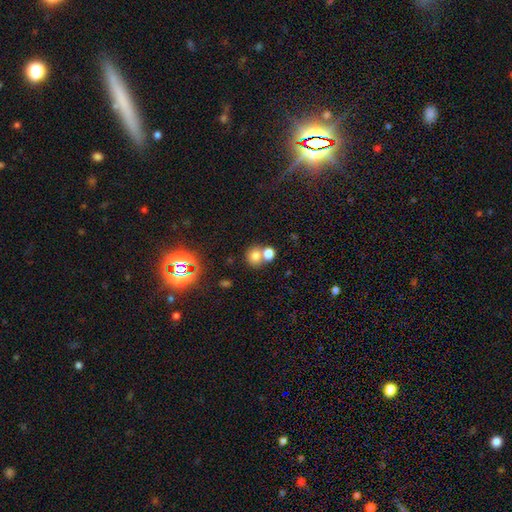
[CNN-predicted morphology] Overall: smooth (74%). How rounded: round (78%). Merging: merger (46%; none 44%).